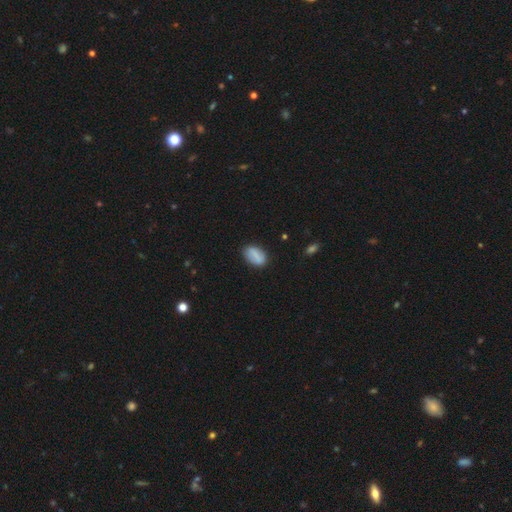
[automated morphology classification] A smooth galaxy with no disk features (76%) that is in between round and cigar-shaped (90%).

Vote fractions:
- Smooth or featured? smooth: 76% / featured or disk: 17% / star or artifact: 7%
- How rounded? in between: 90% / round: 7% / cigar-shaped: 4%
- Merging? none: 80% / minor disturbance: 14% / major disturbance: 3% / merger: 2%